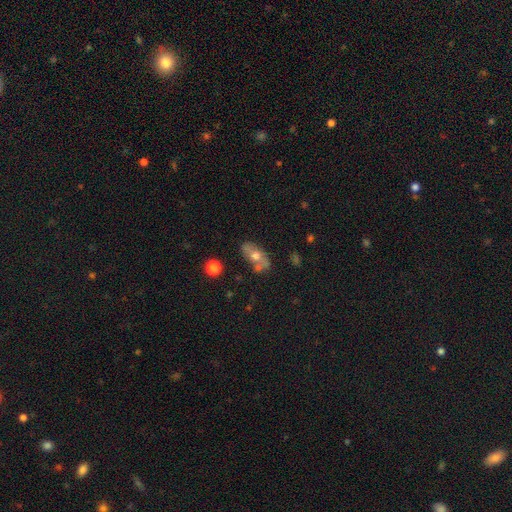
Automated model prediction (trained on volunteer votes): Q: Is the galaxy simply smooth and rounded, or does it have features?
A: smooth — 47%.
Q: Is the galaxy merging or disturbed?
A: none — 61%.